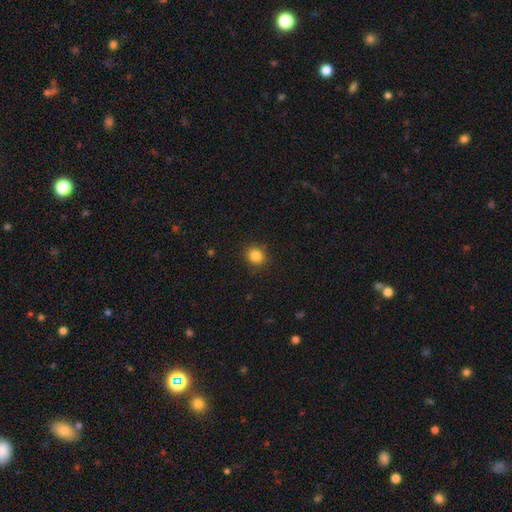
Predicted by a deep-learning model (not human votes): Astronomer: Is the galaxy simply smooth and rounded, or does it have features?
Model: smooth — 84%.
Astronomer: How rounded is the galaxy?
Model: round — 85%.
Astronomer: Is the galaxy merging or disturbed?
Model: none — 90%.